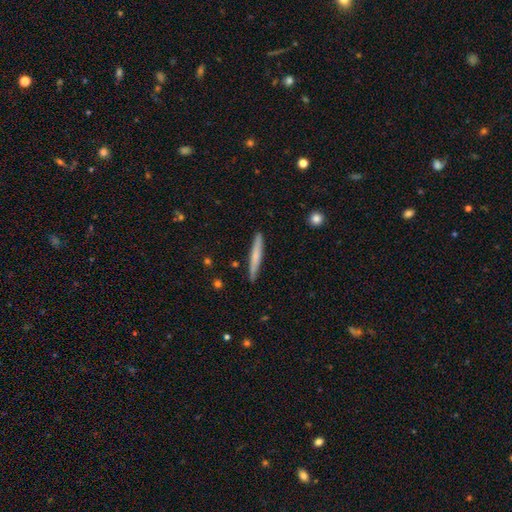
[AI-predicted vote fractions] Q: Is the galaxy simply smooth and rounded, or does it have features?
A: smooth — 59%.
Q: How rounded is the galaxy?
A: cigar-shaped — 96%.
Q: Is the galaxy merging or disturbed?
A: none — 89%.